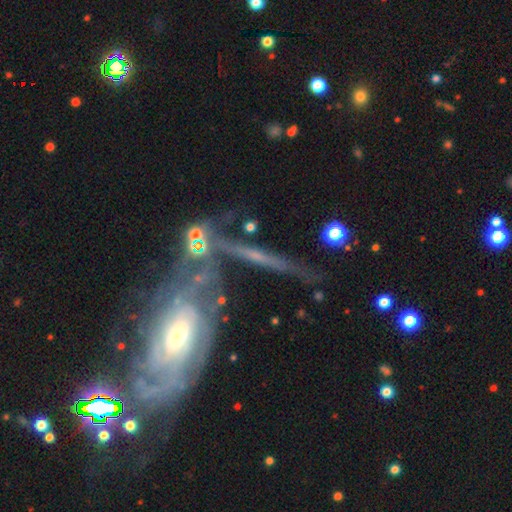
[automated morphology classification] Smooth or featured? featured or disk (69%)
Edge-on disk? yes (72%)
Edge-on bulge? none (56%)
Merging? none (57%)